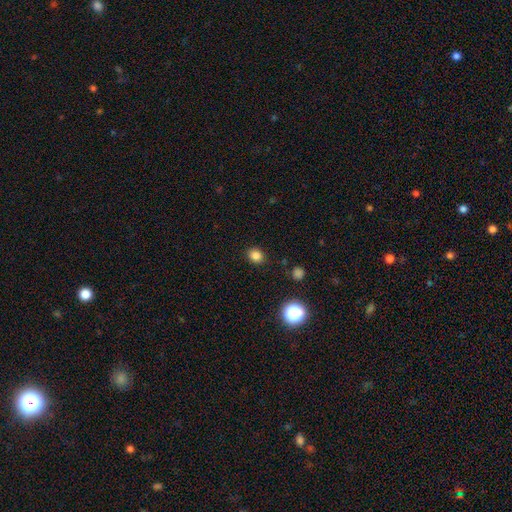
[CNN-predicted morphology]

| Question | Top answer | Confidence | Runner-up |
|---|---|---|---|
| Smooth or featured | smooth | 82% | star or artifact (13%) |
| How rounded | round | 68% | in between (31%) |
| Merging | none | 88% | minor disturbance (8%) |